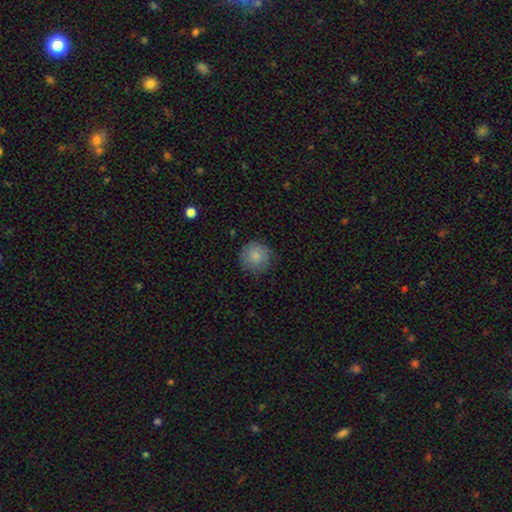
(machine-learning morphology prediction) Overall: smooth (84%). How rounded: round (95%). Merging: none (85%).